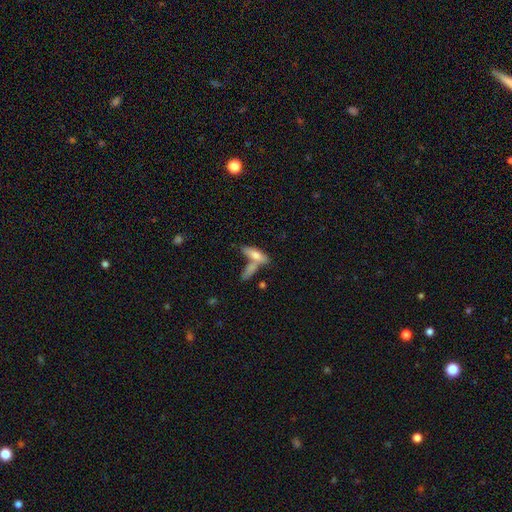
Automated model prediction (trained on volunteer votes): The model was most divided on "merging": none: 42%, merger: 41%, minor disturbance: 12%, major disturbance: 5%. More confident: smooth or featured — smooth (70%); how rounded — in between (51%).